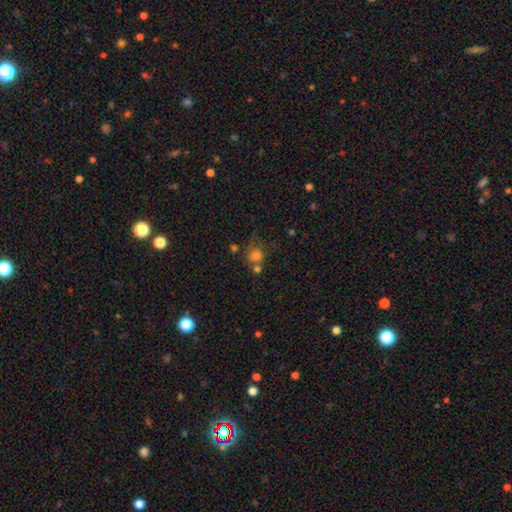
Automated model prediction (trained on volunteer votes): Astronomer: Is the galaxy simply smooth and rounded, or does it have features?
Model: smooth — 77%.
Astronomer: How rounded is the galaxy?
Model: round — 87%.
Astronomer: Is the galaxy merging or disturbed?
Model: none — 54%.